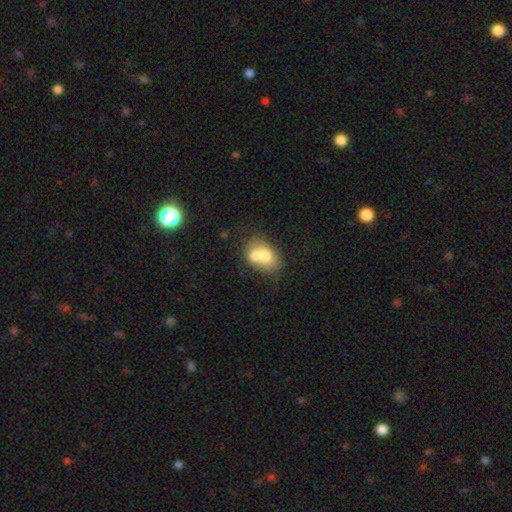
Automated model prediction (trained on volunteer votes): smooth_or_featured: smooth (p=0.66) [alt: featured or disk p=0.26]
how_rounded: in between (p=0.69) [alt: round p=0.30]
merging: merger (p=0.62) [alt: none p=0.24]